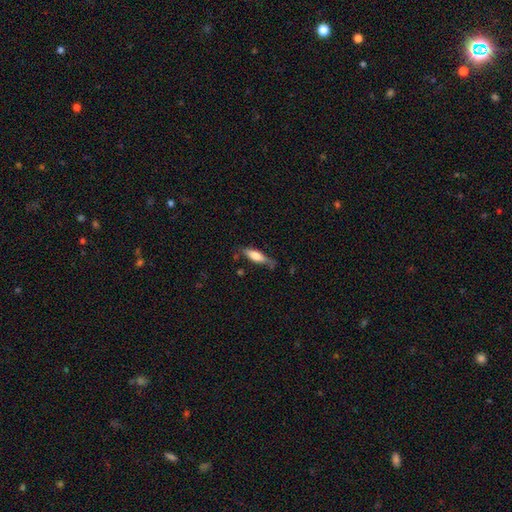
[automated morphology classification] The model was most divided on "how rounded": cigar-shaped: 58%, in between: 39%, round: 2%. More confident: merging — none (66%); smooth or featured — smooth (65%).